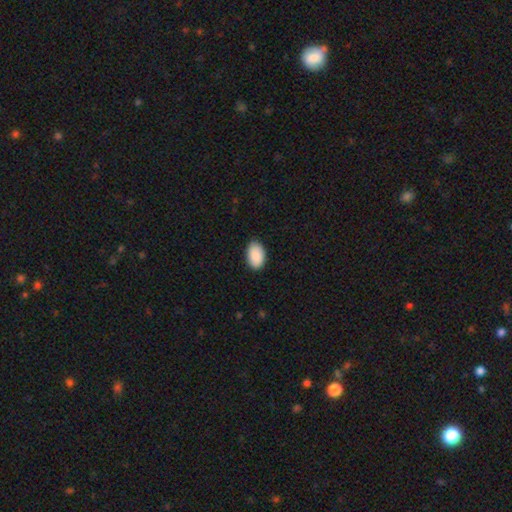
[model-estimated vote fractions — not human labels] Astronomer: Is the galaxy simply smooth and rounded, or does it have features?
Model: smooth — 91%.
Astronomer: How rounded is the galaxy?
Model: in between — 93%.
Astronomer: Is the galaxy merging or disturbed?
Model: none — 86%.